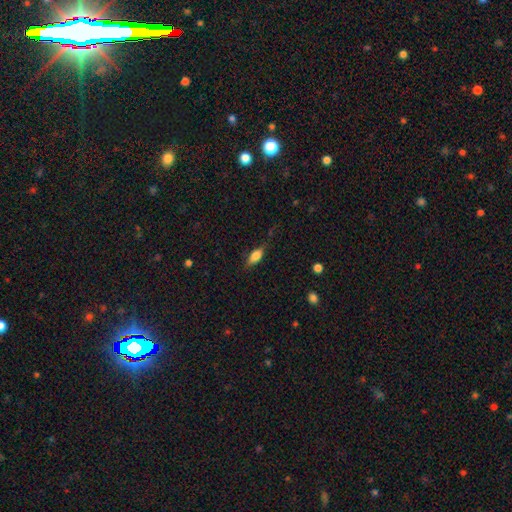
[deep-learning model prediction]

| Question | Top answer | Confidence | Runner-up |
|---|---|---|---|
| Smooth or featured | smooth | 76% | featured or disk (17%) |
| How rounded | in between | 78% | cigar-shaped (18%) |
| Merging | none | 73% | minor disturbance (20%) |